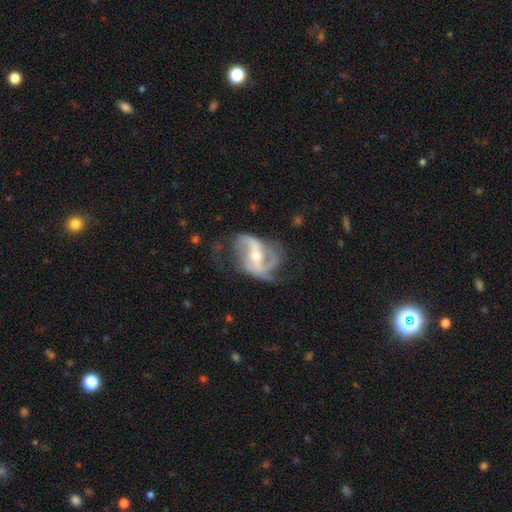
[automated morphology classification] featured or disk 87%, smooth 7%, star or artifact 6%. Down the decision tree: edge-on disk — no (96%); bar — strong (45%); spiral arms — yes (94%); spiral arm count — 2 (80%); spiral winding — loose (48%); bulge size — moderate (50%); merging — none (56%).